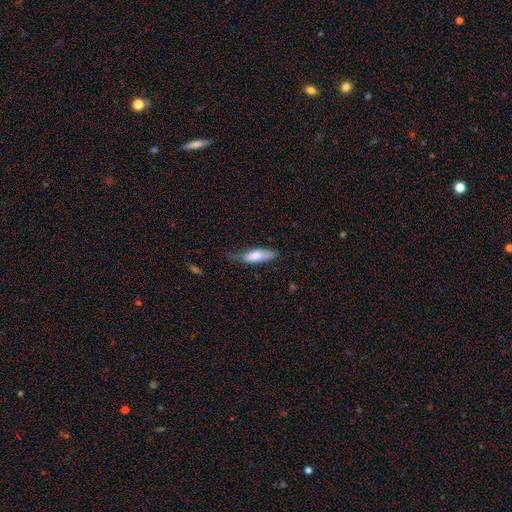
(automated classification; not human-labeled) This appears to be a smooth galaxy with no disk features (74%) that is in between round and cigar-shaped (55%). Merging: none (53%).